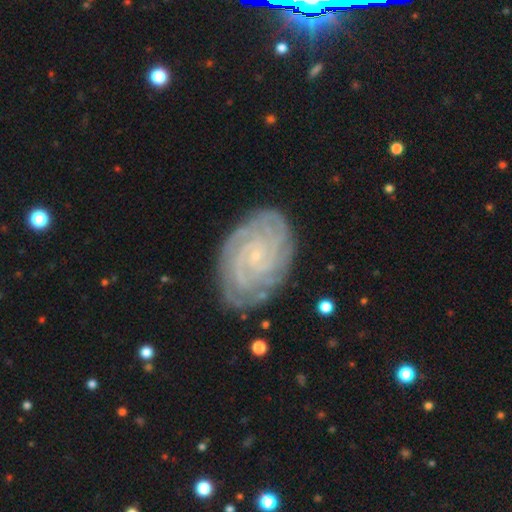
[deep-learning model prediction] Smooth or featured? Predicted: featured or disk (p=0.88). Edge-on disk? Predicted: no (p=0.97). Bar? Predicted: no (p=0.72). Spiral arms? Predicted: yes (p=0.98). Spiral winding? Predicted: tight (p=0.84). Spiral arm count? Predicted: 4 (p=0.24). Bulge size? Predicted: small (p=0.88). Merging? Predicted: none (p=0.81).